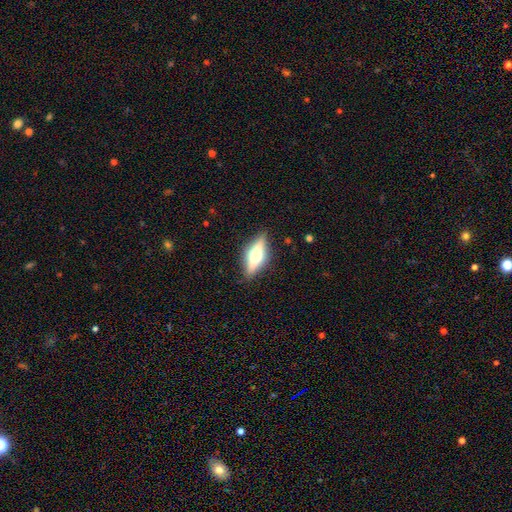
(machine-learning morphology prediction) This appears to be a featured or disk galaxy (61%) viewed edge-on (93%) with a rounded central bulge (94%). Merging: none (87%).